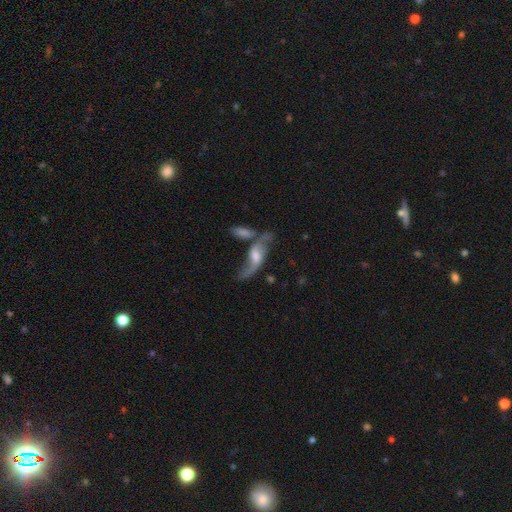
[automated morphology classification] Smooth or featured? Predicted: featured or disk (p=0.78). Edge-on disk? Predicted: no (p=0.84). Bar? Predicted: weak (p=0.45). Spiral arms? Predicted: yes (p=0.90). Spiral winding? Predicted: loose (p=0.82). Spiral arm count? Predicted: 2 (p=0.88). Bulge size? Predicted: moderate (p=0.53). Merging? Predicted: none (p=0.43).